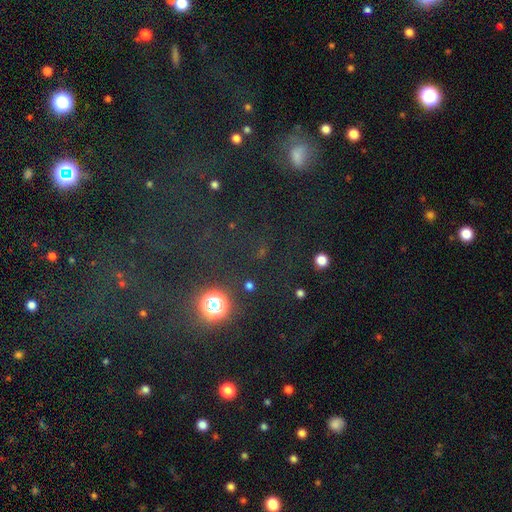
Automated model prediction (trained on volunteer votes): Smooth or featured? star or artifact (68%)